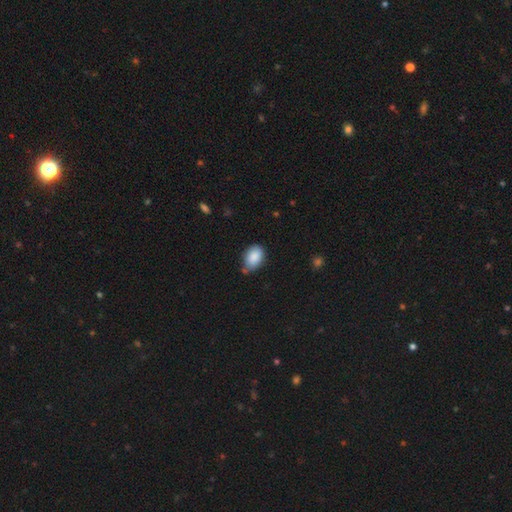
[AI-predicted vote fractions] smooth-or-featured: smooth: 88% | star or artifact: 7% | featured or disk: 5%
  how-rounded: in between: 89% | round: 9% | cigar-shaped: 1%
  merging: none: 62% | minor disturbance: 28% | merger: 5% | major disturbance: 4%